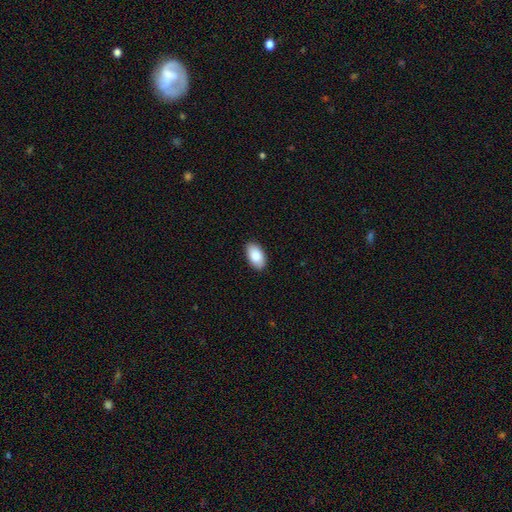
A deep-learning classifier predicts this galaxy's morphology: This is clearly a smooth galaxy (89%). How rounded: clearly in between (95%). Merging: clearly none (88%).